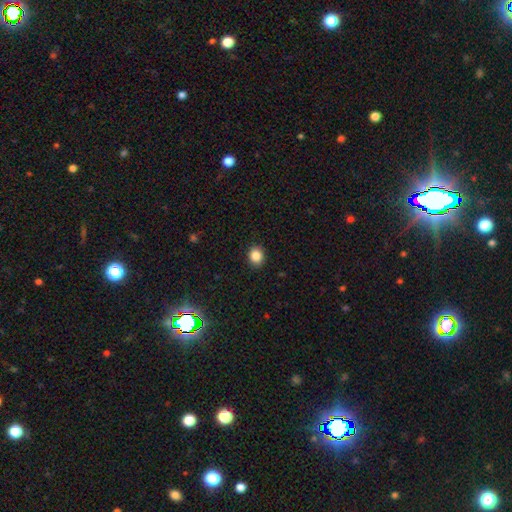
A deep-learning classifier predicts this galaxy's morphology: Smooth or featured: smooth — 86% (star or artifact — 10%)
How rounded: round — 71% (in between — 28%)
Merging: none — 90% (minor disturbance — 7%)